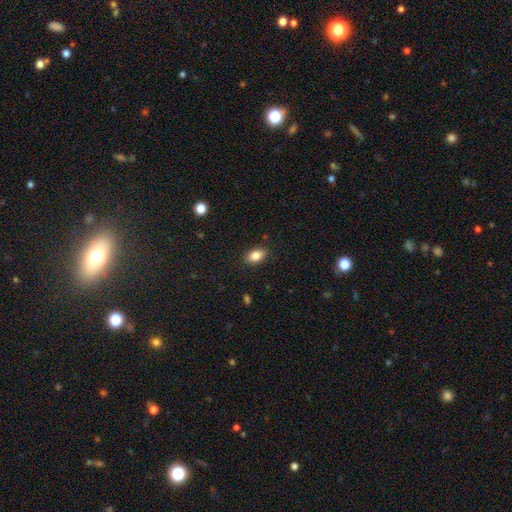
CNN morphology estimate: This is clearly a smooth galaxy (84%). How rounded: clearly in between (88%). Merging: clearly none (87%).